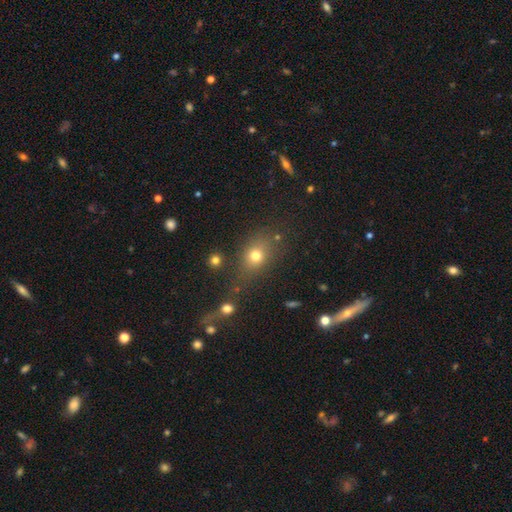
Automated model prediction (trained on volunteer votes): The model was most divided on "how rounded": in between: 51%, round: 45%, cigar-shaped: 4%. More confident: smooth or featured — smooth (71%); merging — none (63%).